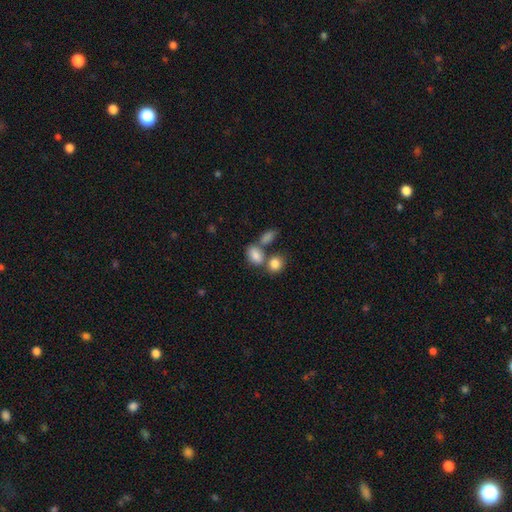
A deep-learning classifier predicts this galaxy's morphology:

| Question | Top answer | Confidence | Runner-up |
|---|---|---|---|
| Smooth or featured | smooth | 82% | featured or disk (9%) |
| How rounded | in between | 83% | round (15%) |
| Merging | none | 41% | merger (40%) |